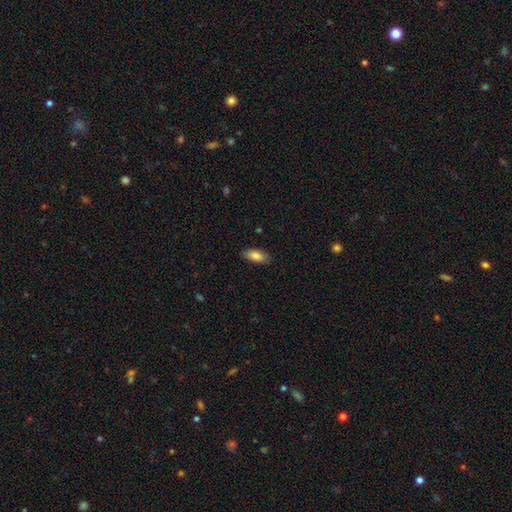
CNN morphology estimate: A smooth galaxy with no disk features (83%) that is in between round and cigar-shaped (85%). Merging: none (86%).